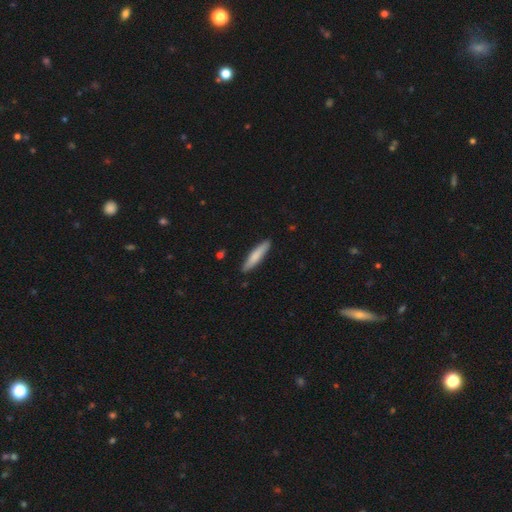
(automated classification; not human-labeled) A smooth galaxy with no disk features (77%) that is cigar-shaped (85%). Merging: none (89%).